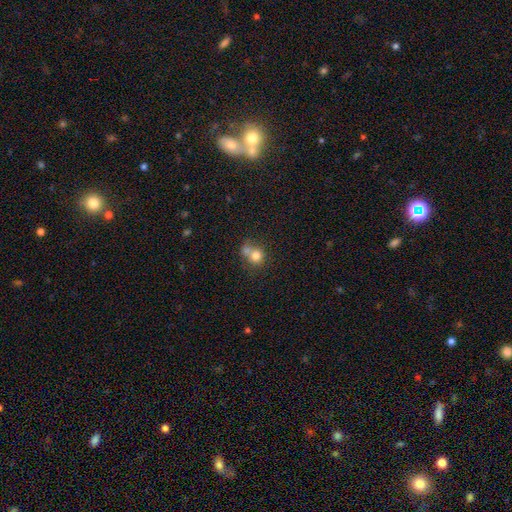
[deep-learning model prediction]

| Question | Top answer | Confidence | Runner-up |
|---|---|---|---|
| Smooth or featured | smooth | 76% | featured or disk (13%) |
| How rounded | round | 80% | in between (19%) |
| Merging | merger | 46% | none (38%) |